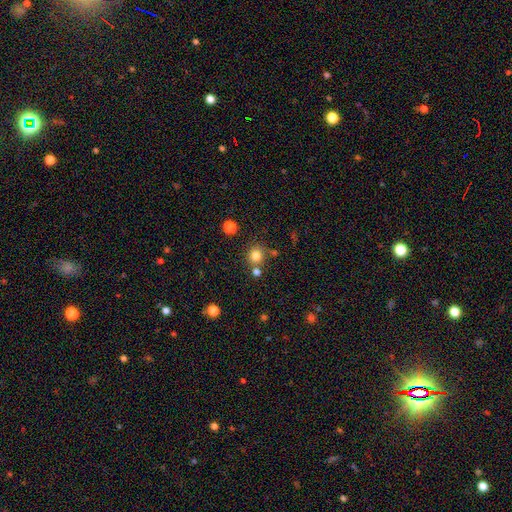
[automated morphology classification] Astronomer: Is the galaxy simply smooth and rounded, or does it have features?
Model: smooth — 80%.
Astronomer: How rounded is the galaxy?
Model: round — 87%.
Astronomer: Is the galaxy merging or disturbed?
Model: none — 75%.